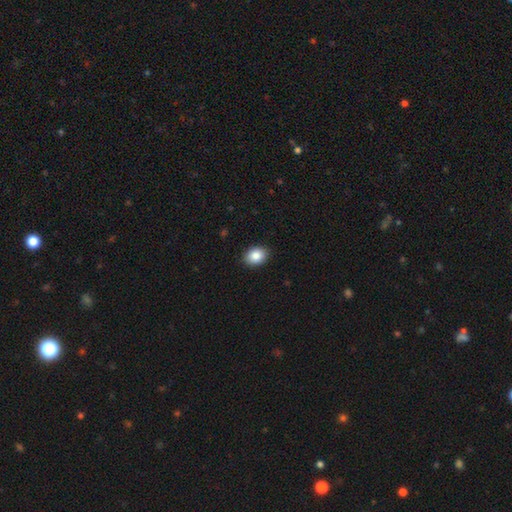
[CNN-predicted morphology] smooth-or-featured: smooth: 87% | star or artifact: 8% | featured or disk: 5%
  how-rounded: in between: 70% | round: 29% | cigar-shaped: 1%
  merging: none: 90% | minor disturbance: 7% | major disturbance: 2% | merger: 1%